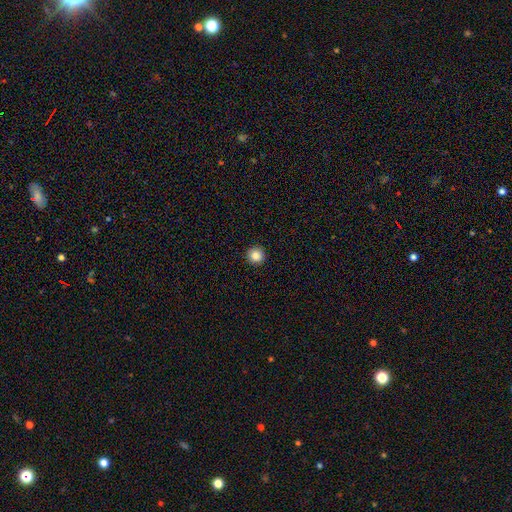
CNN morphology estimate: type=smooth (86%); roundness=round (95%); merging=none (93%).